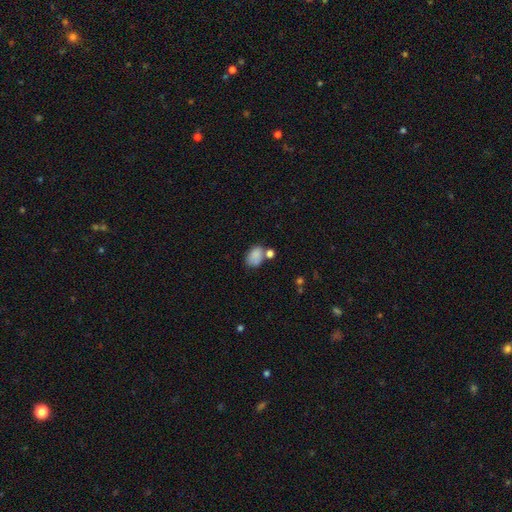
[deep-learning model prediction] Overall: smooth (83%). How rounded: in between (79%). Merging: none (48%; merger 28%).